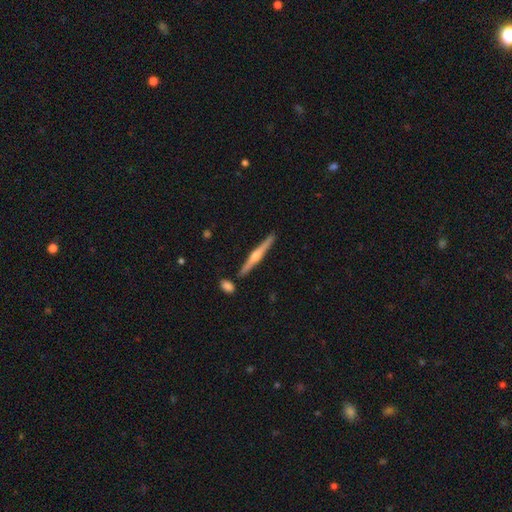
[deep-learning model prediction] smooth-or-featured: featured or disk: 76% | smooth: 19% | star or artifact: 5%
  disk-edge-on: yes: 98% | no: 2%
    edge-on-bulge: rounded: 89% | none: 6% | boxy: 5%
  merging: none: 88% | minor disturbance: 7% | merger: 4% | major disturbance: 2%